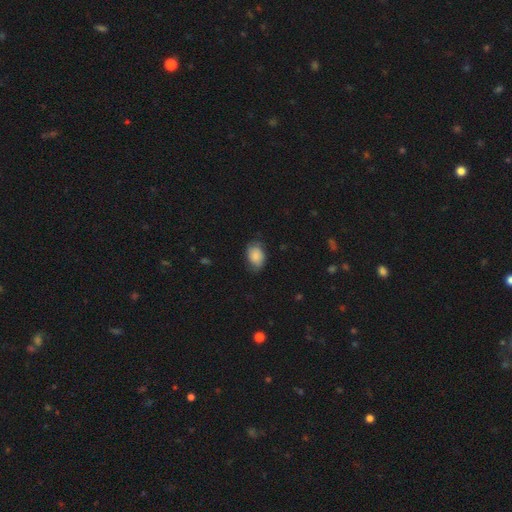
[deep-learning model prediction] smooth 81%, featured or disk 11%, star or artifact 7%. Down the decision tree: how rounded — in between (82%); merging — none (68%).